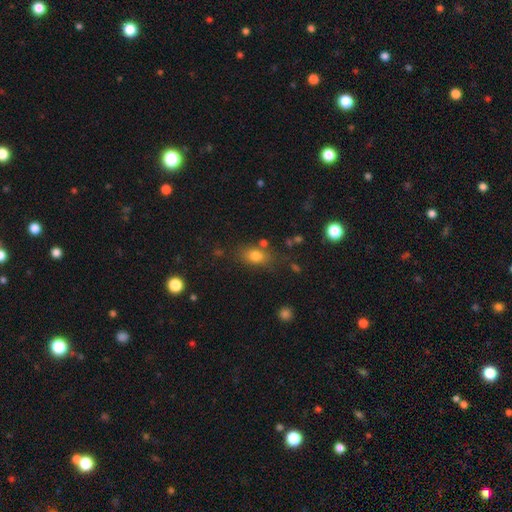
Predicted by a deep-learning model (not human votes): This appears to be a smooth galaxy with no disk features (78%) that is in between round and cigar-shaped (74%). Merging: none (70%).